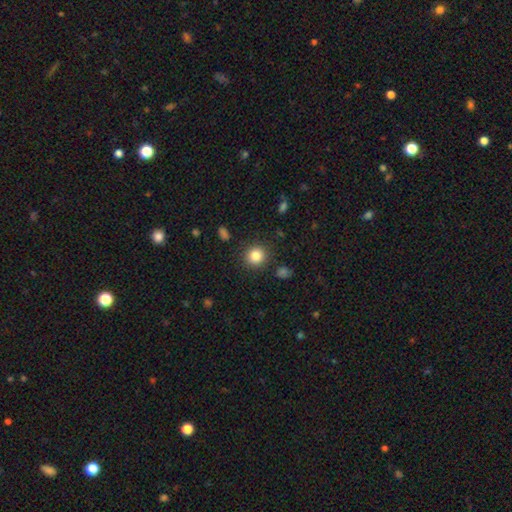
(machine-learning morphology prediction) Q: Smooth or featured?
A: smooth (84%); runner-up: star or artifact (11%)
Q: How rounded?
A: round (91%); runner-up: in between (8%)
Q: Merging?
A: none (89%); runner-up: minor disturbance (6%)